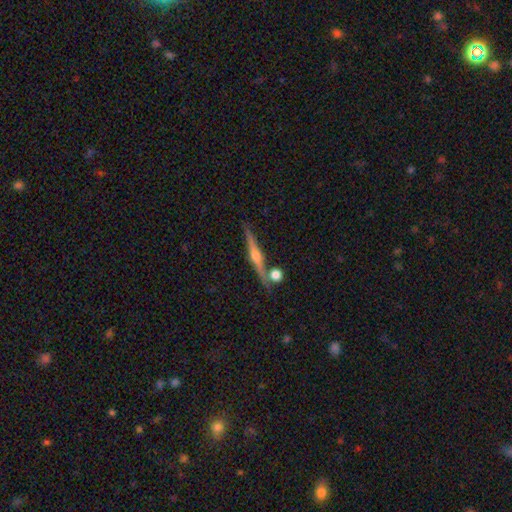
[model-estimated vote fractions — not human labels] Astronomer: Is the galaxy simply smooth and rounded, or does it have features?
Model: featured or disk — 78%.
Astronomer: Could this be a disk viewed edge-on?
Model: yes — 98%.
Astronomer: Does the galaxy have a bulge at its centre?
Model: rounded — 91%.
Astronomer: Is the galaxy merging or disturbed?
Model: none — 80%.